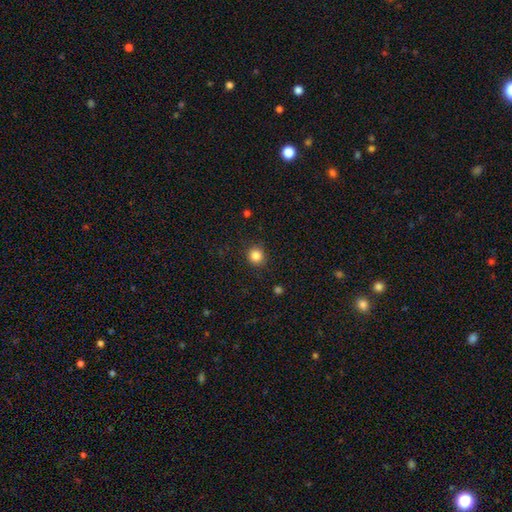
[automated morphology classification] Smooth or featured? smooth (85%)
How rounded? round (91%)
Merging? none (90%)